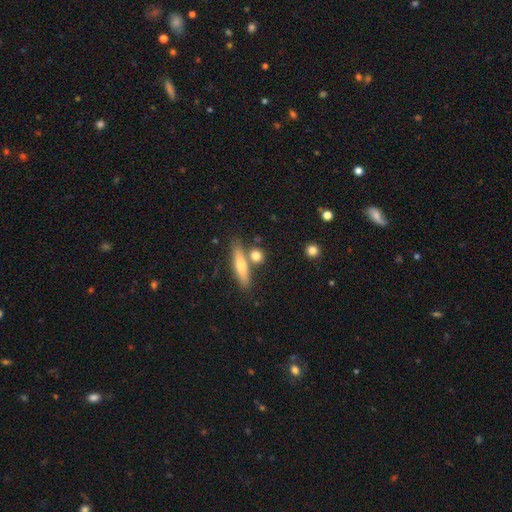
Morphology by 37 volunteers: Smooth or featured? smooth (76%)
How rounded? round (57%)
Merging? none (54%)